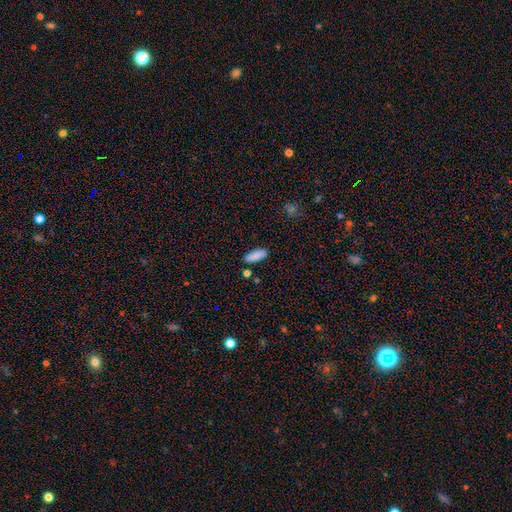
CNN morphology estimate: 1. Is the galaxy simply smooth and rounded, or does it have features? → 87% smooth, 7% star or artifact, 6% featured or disk.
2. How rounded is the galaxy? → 67% in between, 30% cigar-shaped, 2% round.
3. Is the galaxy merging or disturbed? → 83% none, 11% minor disturbance, 4% merger, 2% major disturbance.